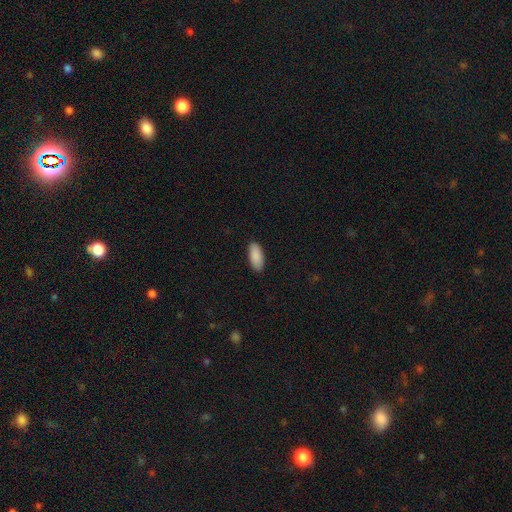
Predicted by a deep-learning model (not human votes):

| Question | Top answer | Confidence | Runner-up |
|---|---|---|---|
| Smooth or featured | smooth | 91% | star or artifact (6%) |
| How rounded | in between | 86% | cigar-shaped (12%) |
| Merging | none | 90% | minor disturbance (8%) |